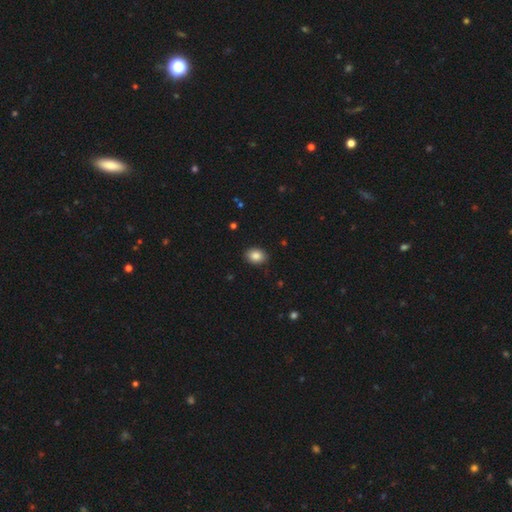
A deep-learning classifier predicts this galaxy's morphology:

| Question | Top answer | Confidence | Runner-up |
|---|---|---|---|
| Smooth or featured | smooth | 87% | star or artifact (8%) |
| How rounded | in between | 67% | round (32%) |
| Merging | none | 89% | minor disturbance (8%) |